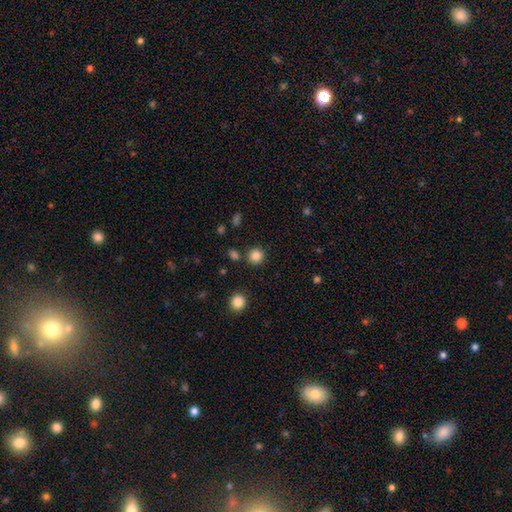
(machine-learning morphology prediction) Smooth or featured? smooth (84%)
How rounded? round (92%)
Merging? none (86%)